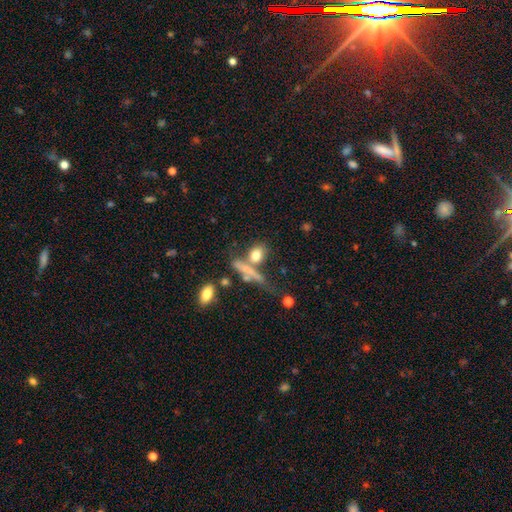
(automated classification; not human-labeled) smooth_or_featured: smooth (p=0.73) [alt: featured or disk p=0.16]
how_rounded: in between (p=0.42) [alt: round p=0.36]
merging: none (p=0.50) [alt: merger p=0.28]